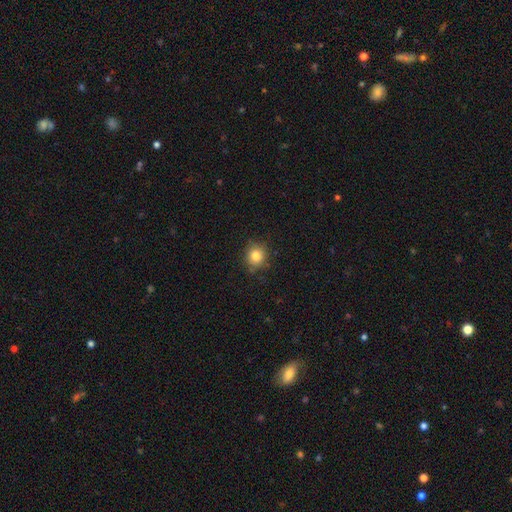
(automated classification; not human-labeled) Q: Smooth or featured?
A: smooth (82%); runner-up: star or artifact (11%)
Q: How rounded?
A: round (85%); runner-up: in between (14%)
Q: Merging?
A: none (85%); runner-up: minor disturbance (11%)